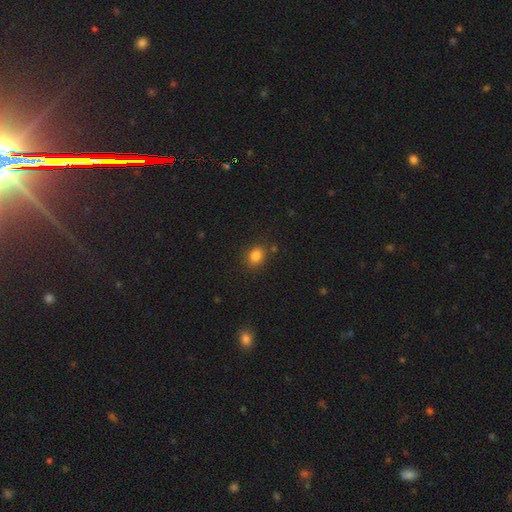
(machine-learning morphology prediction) Smooth or featured? smooth (83%)
How rounded? round (67%)
Merging? none (81%)